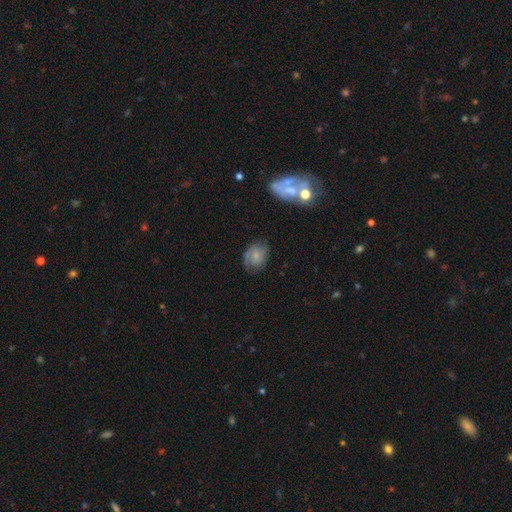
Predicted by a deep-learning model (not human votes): smooth_or_featured: smooth (p=0.48) [alt: featured or disk p=0.43]
merging: none (p=0.60) [alt: minor disturbance p=0.25]